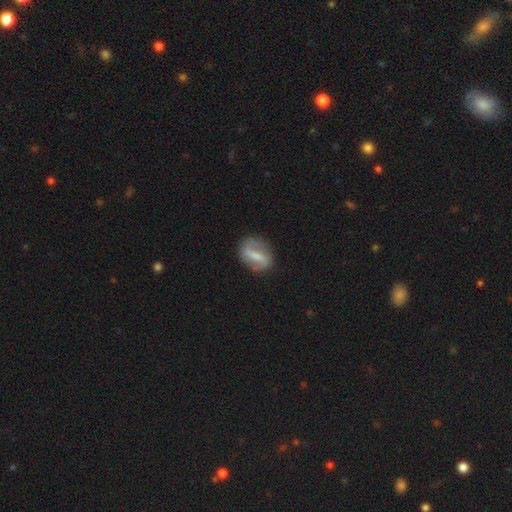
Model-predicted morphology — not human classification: Smooth or featured? Predicted: featured or disk (p=0.72). Edge-on disk? Predicted: no (p=0.95). Bar? Predicted: strong (p=0.53). Spiral arms? Predicted: yes (p=0.80). Spiral winding? Predicted: loose (p=0.43). Spiral arm count? Predicted: 2 (p=0.85). Bulge size? Predicted: small (p=0.40). Merging? Predicted: none (p=0.79).